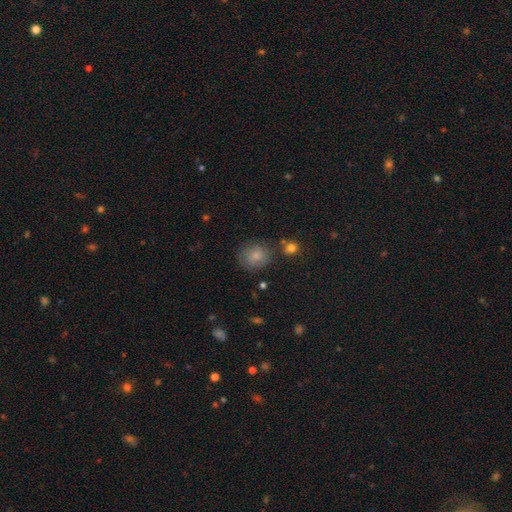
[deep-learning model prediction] This appears to be a smooth galaxy with no disk features (80%) that is round (82%). Merging: none (74%).